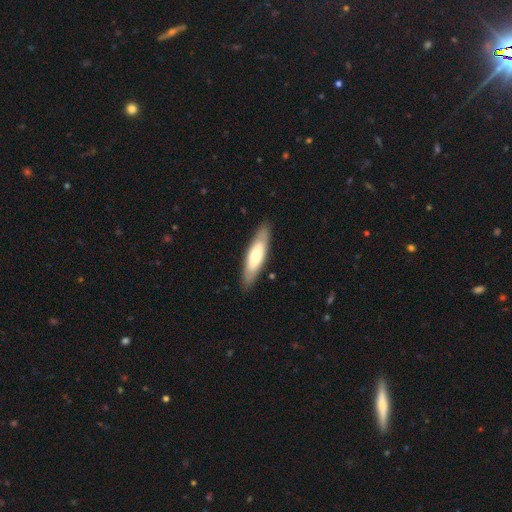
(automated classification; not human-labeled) Smooth or featured? smooth (60%)
How rounded? cigar-shaped (60%)
Merging? none (87%)